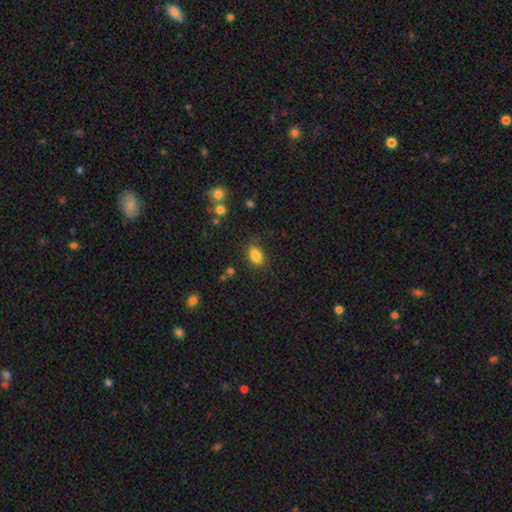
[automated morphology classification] smooth 84%, star or artifact 10%, featured or disk 7%. Down the decision tree: how rounded — in between (85%); merging — none (77%).